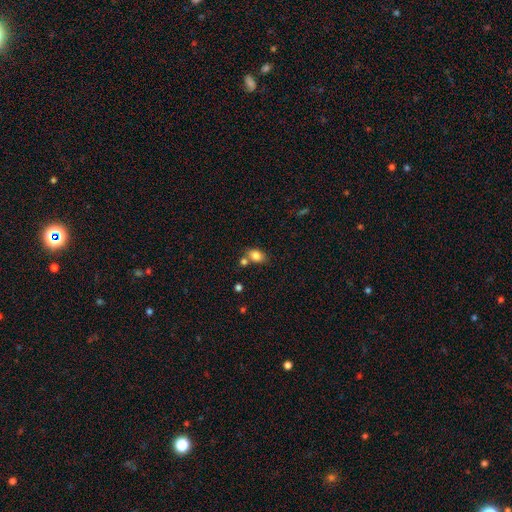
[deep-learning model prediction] The model was most divided on "merging": none: 60%, merger: 22%, minor disturbance: 14%, major disturbance: 4%. More confident: smooth or featured — smooth (83%); how rounded — in between (78%).